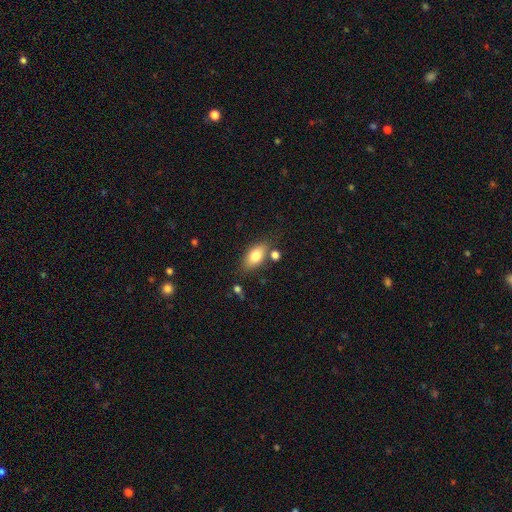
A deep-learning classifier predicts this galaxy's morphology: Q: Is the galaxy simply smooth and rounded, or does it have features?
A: smooth — 78%.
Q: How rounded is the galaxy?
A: in between — 88%.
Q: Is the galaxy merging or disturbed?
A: none — 72%.